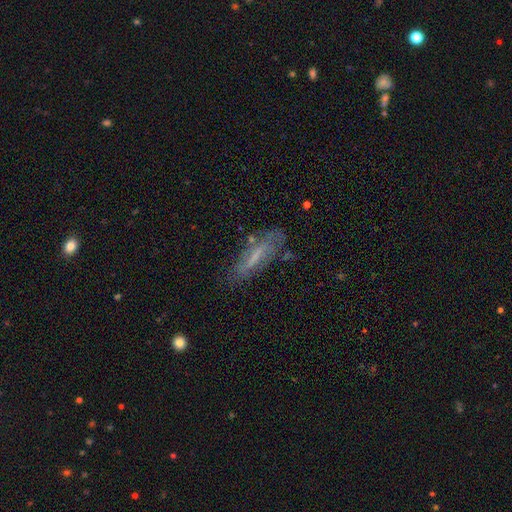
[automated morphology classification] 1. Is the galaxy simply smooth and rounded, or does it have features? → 52% featured or disk, 38% smooth, 10% star or artifact.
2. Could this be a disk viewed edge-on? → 63% no, 37% yes.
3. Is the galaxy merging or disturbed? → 63% none, 23% minor disturbance, 10% major disturbance, 4% merger.